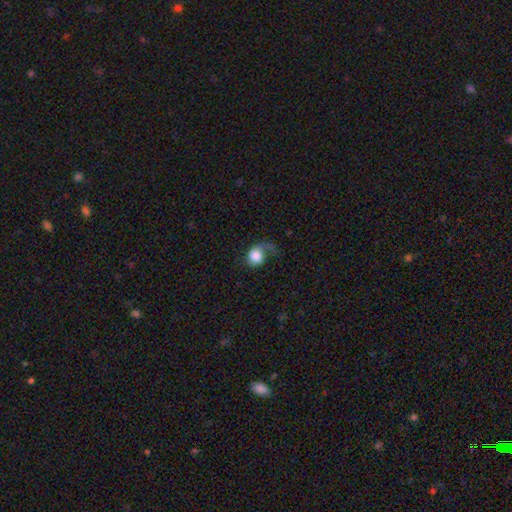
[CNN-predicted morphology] A smooth galaxy with no disk features (70%) that is round (68%). Merging: major disturbance (46%).